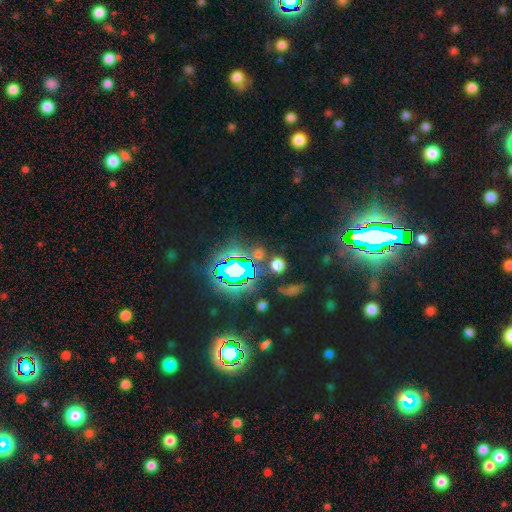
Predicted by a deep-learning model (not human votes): Q: Smooth or featured?
A: star or artifact (75%); runner-up: smooth (16%)